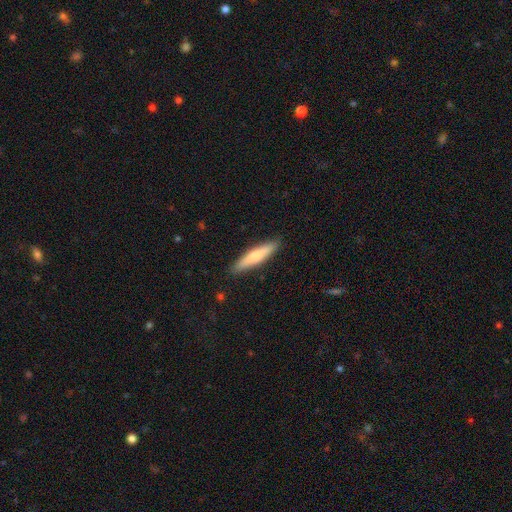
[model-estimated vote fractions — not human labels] Smooth or featured?
  - smooth: 69% *
  - featured or disk: 26%
  - star or artifact: 5%
How rounded?
  - cigar-shaped: 87% *
  - in between: 12%
  - round: 1%
Merging?
  - none: 89% *
  - minor disturbance: 8%
  - major disturbance: 2%
  - merger: 1%